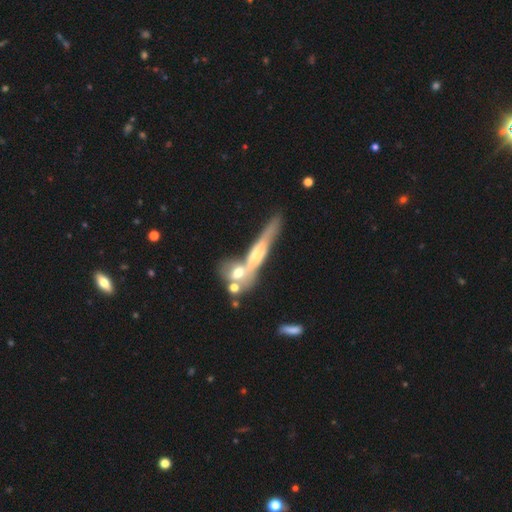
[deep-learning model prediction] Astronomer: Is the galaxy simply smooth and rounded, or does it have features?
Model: featured or disk — 62%.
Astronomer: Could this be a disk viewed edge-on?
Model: yes — 74%.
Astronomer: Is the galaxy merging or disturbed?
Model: merger — 43% (runner-up: none, 35%).